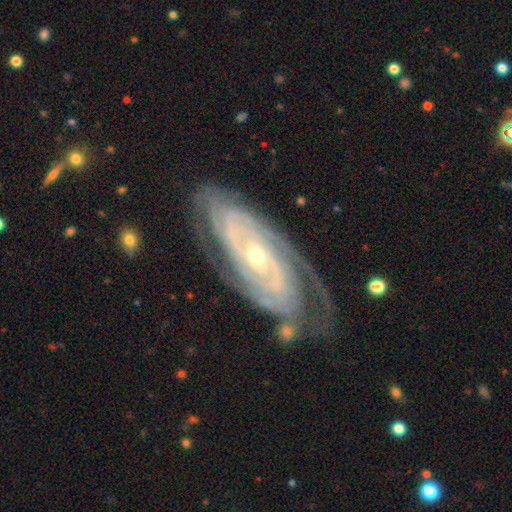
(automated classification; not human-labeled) Smooth or featured? Predicted: featured or disk (p=0.91). Edge-on disk? Predicted: no (p=0.93). Bar? Predicted: no (p=0.58). Spiral arms? Predicted: yes (p=0.98). Spiral winding? Predicted: tight (p=0.78). Spiral arm count? Predicted: 2 (p=0.31). Bulge size? Predicted: small (p=0.64). Merging? Predicted: none (p=0.70).